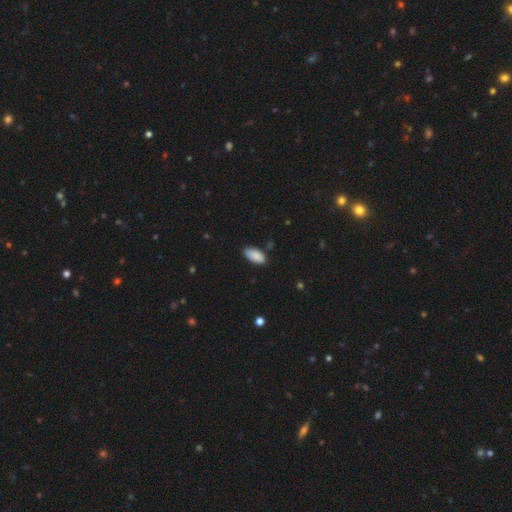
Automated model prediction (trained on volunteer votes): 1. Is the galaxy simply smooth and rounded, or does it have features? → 88% smooth, 7% star or artifact, 5% featured or disk.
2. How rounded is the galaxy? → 92% in between, 6% cigar-shaped, 2% round.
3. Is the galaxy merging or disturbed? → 79% none, 17% minor disturbance, 3% major disturbance, 2% merger.